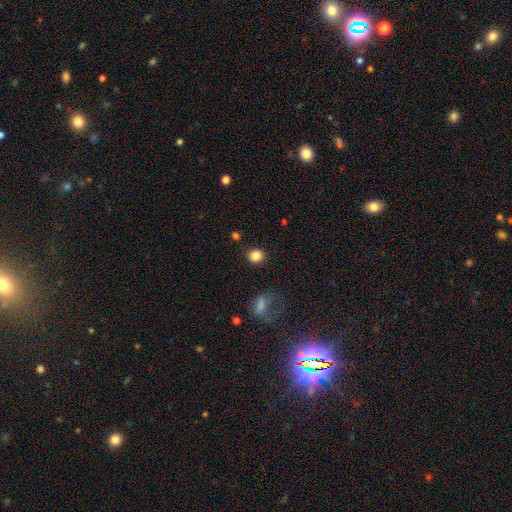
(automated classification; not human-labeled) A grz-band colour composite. It shows a smooth galaxy with no disk features (85%) that is round (83%). Merging: none (88%).